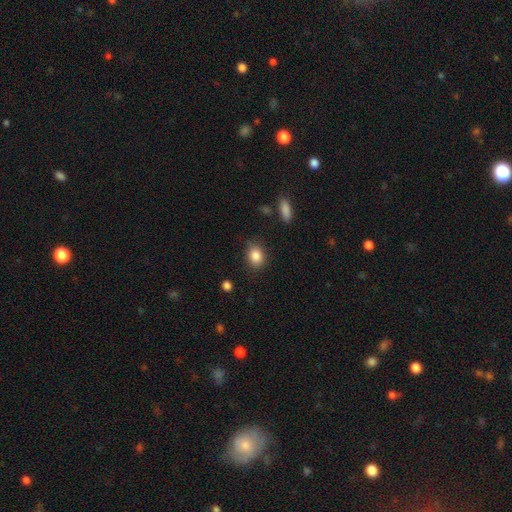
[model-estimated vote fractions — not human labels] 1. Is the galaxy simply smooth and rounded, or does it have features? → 86% smooth, 9% star or artifact, 5% featured or disk.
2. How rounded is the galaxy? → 54% in between, 45% round, 1% cigar-shaped.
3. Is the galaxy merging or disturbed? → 77% none, 17% minor disturbance, 4% major disturbance, 2% merger.